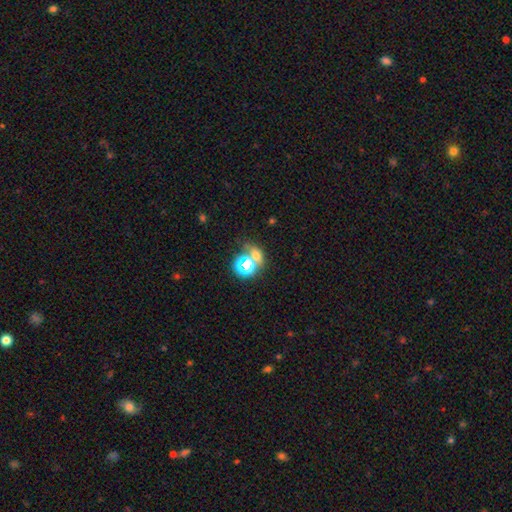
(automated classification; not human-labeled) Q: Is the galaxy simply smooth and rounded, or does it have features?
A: smooth — 54%.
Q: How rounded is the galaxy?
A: round — 55%.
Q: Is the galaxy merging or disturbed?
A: none — 53%.